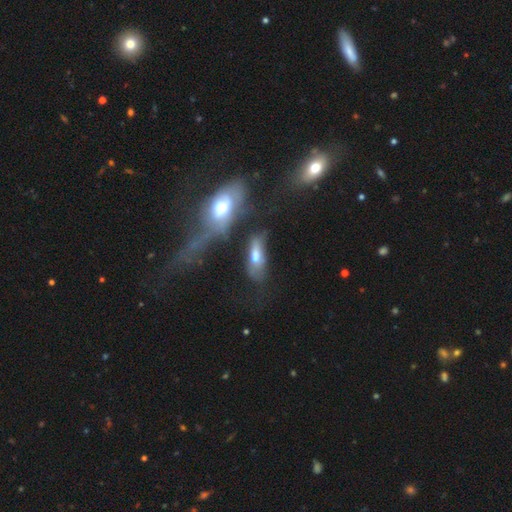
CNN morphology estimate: Smooth or featured? smooth (51%)
How rounded? in between (73%)
Merging? none (30%)